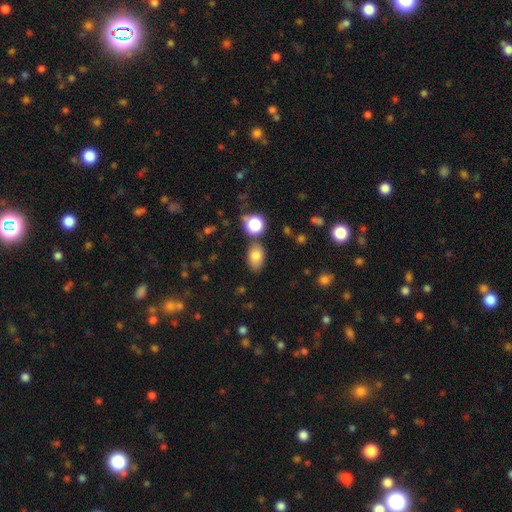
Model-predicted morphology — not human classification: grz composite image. It shows a smooth galaxy with no disk features (80%) that is in between round and cigar-shaped (84%). Merging: none (72%).